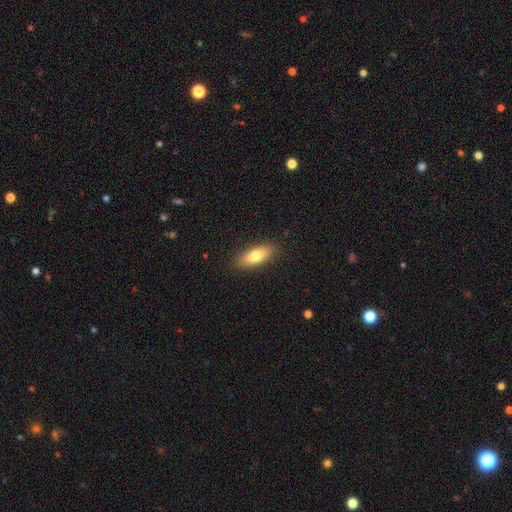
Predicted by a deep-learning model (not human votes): Smooth or featured?
  - smooth: 76% *
  - featured or disk: 17%
  - star or artifact: 7%
How rounded?
  - in between: 75% *
  - cigar-shaped: 22%
  - round: 3%
Merging?
  - none: 87% *
  - minor disturbance: 9%
  - major disturbance: 2%
  - merger: 1%